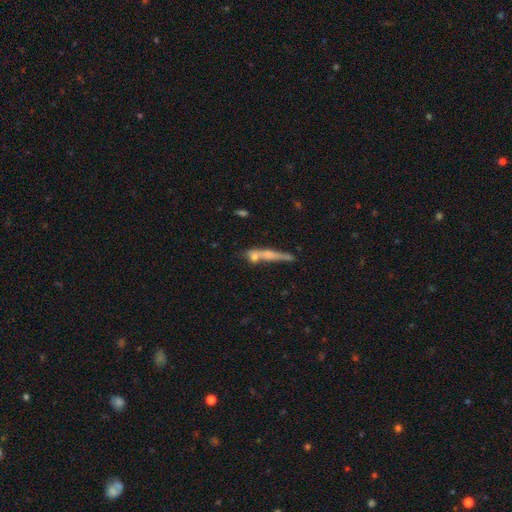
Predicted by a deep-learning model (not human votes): A smooth galaxy with no disk features (46%). Merging: none (54%).